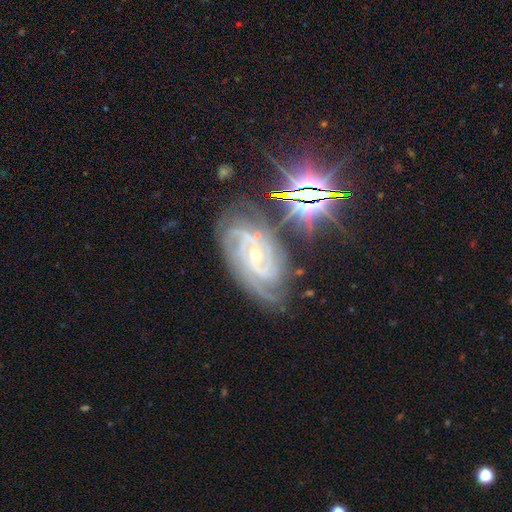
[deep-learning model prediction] Morphology: type=featured or disk (85%); edge-on=no (96%); bar=no (50%); spiral arms=yes (98%); winding=tight (69%); arm count=3 (32%); bulge=small (63%); merging=none (71%).